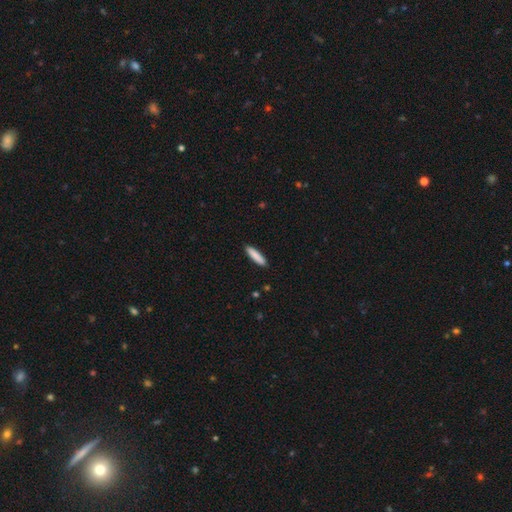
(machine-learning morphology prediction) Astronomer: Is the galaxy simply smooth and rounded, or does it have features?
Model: smooth — 87%.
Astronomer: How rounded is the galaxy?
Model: cigar-shaped — 83%.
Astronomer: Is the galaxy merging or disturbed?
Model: none — 90%.